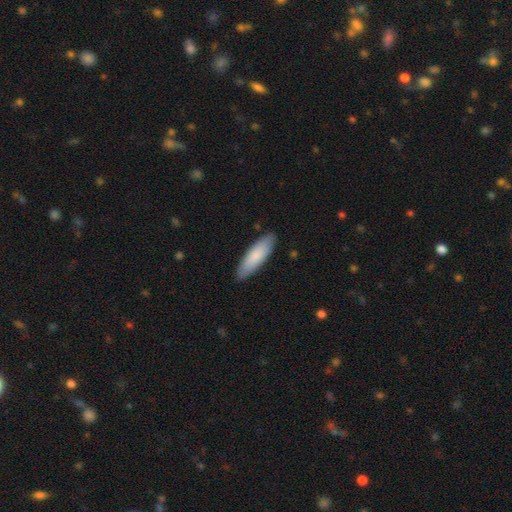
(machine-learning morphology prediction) The model was most divided on "how rounded": cigar-shaped: 53%, in between: 46%, round: 1%. More confident: merging — none (88%); smooth or featured — smooth (83%).